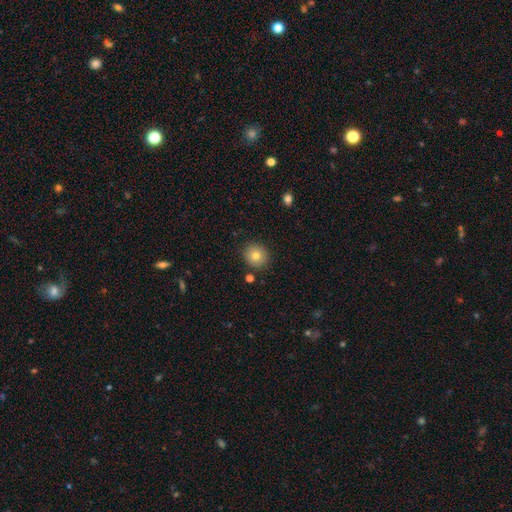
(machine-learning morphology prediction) Q: Smooth or featured?
A: smooth (80%); runner-up: star or artifact (10%)
Q: How rounded?
A: round (88%); runner-up: in between (11%)
Q: Merging?
A: none (88%); runner-up: minor disturbance (7%)